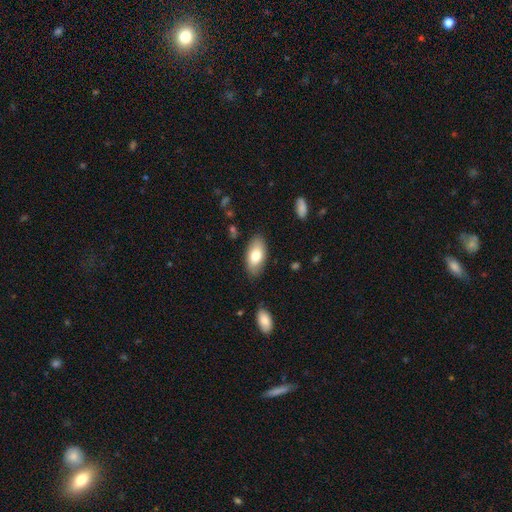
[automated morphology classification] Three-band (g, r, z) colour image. It shows a smooth galaxy with no disk features (76%) that is in between round and cigar-shaped (92%). Merging: none (83%).